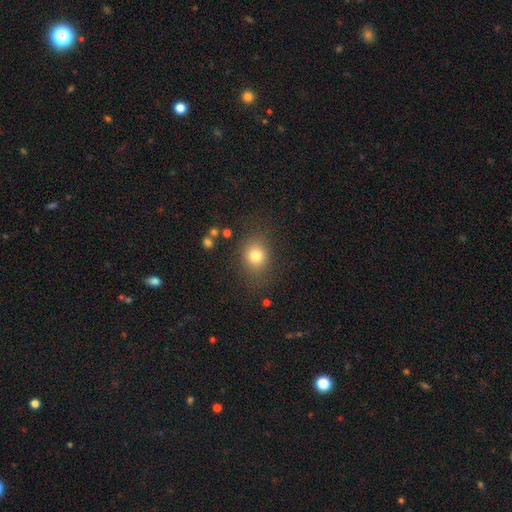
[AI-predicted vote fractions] Overall: smooth (78%). How rounded: round (65%; in between 34%). Merging: none (78%).